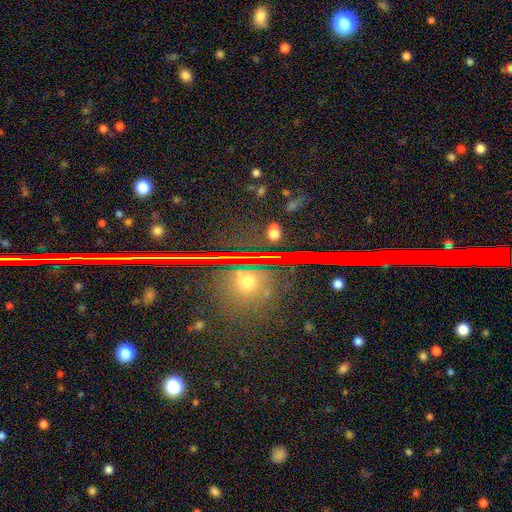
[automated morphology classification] Smooth or featured: star or artifact — 63% (smooth — 26%)